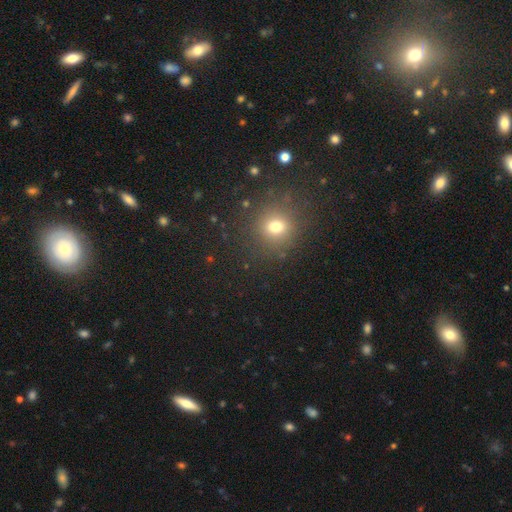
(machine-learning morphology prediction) This is possibly a smooth galaxy (58%). How rounded: clearly round (89%). Merging: clearly none (89%).